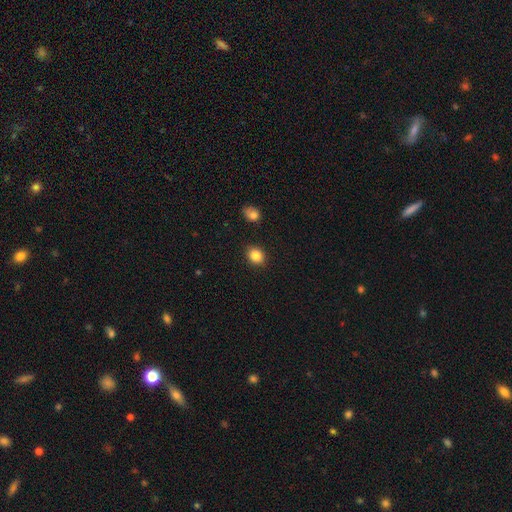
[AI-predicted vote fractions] Smooth or featured?
  - smooth: 86% *
  - star or artifact: 10%
  - featured or disk: 4%
How rounded?
  - round: 62% *
  - in between: 37%
  - cigar-shaped: 1%
Merging?
  - none: 88% *
  - minor disturbance: 8%
  - major disturbance: 2%
  - merger: 2%